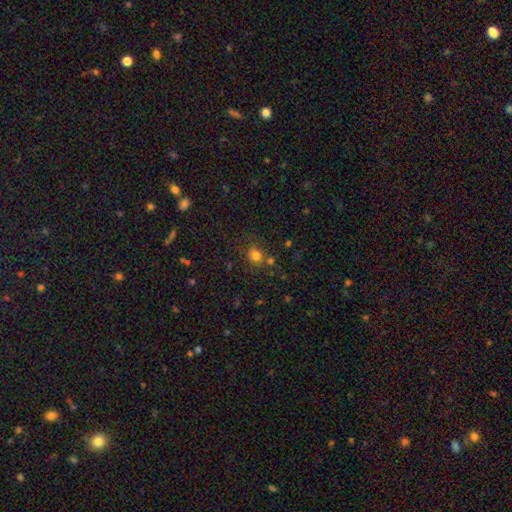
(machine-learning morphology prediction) This is likely a smooth galaxy (78%). How rounded: clearly round (81%). Merging: likely none (73%).